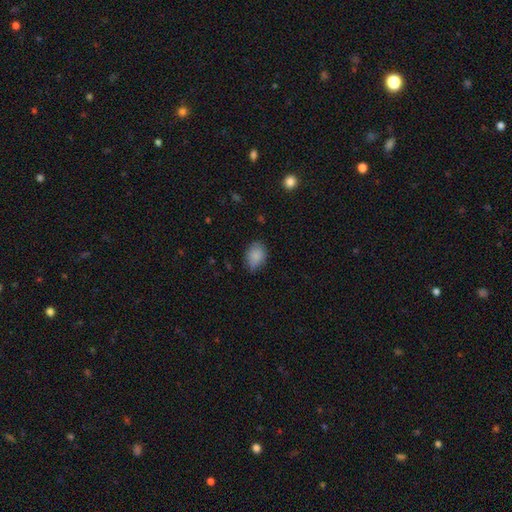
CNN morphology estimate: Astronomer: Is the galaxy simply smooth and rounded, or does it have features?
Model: smooth — 86%.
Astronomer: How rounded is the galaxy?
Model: in between — 71%.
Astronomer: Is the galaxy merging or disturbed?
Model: none — 73%.